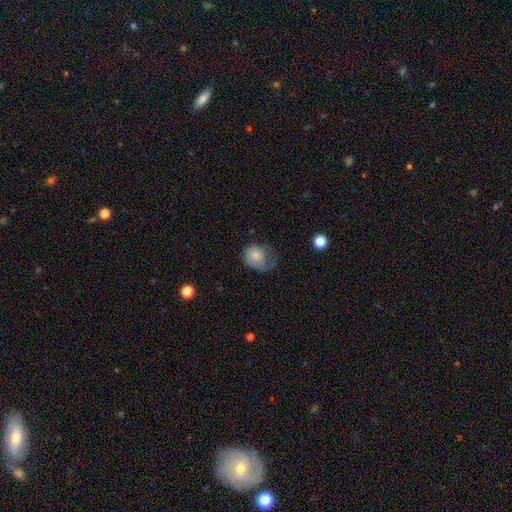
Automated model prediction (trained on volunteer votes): A smooth galaxy with no disk features (72%) that is round (53%).

Vote fractions:
- Smooth or featured? smooth: 72% / featured or disk: 21% / star or artifact: 7%
- How rounded? round: 53% / in between: 46% / cigar-shaped: 1%
- Merging? major disturbance: 42% / minor disturbance: 32% / none: 25% / merger: 2%